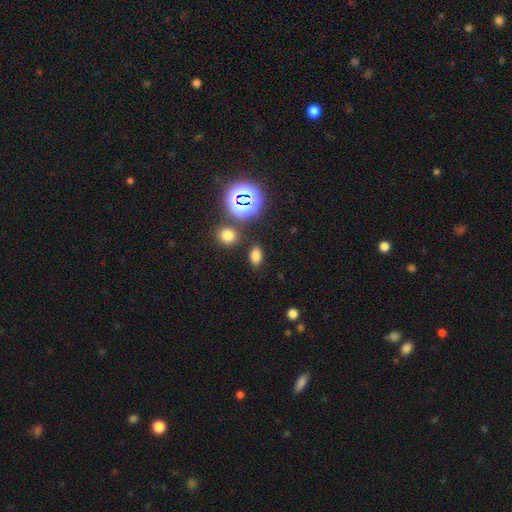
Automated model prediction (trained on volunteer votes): Morphology: type=smooth (73%); roundness=in between (82%); merging=none (82%).